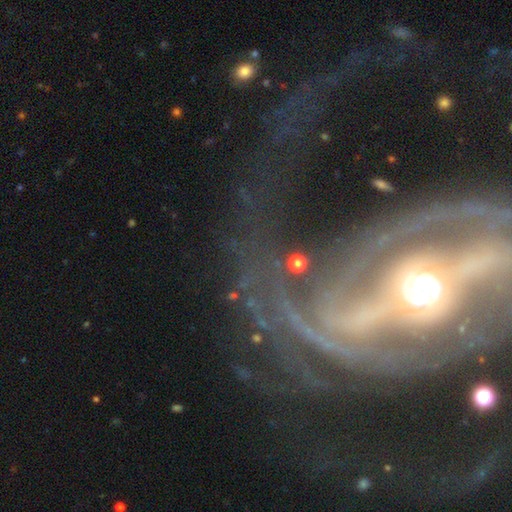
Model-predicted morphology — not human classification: Smooth or featured? featured or disk (85%)
Edge-on disk? no (94%)
Bar? no (42%)
Spiral arms? yes (87%)
Spiral winding? medium (39%)
Spiral arm count? 2 (44%)
Bulge size? moderate (53%)
Merging? none (43%)